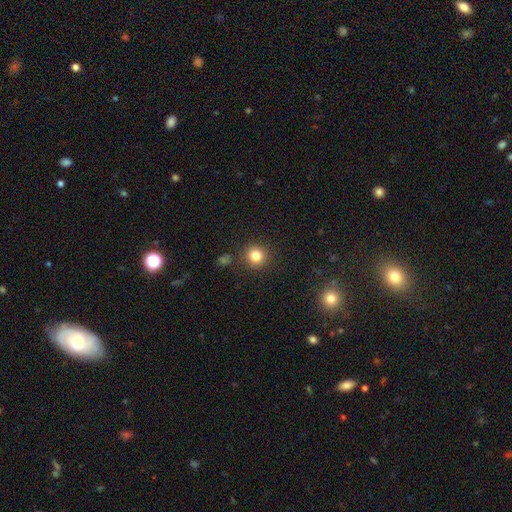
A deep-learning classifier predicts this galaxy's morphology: Smooth or featured? Predicted: smooth (p=0.82). How rounded? Predicted: round (p=0.92). Merging? Predicted: none (p=0.88).